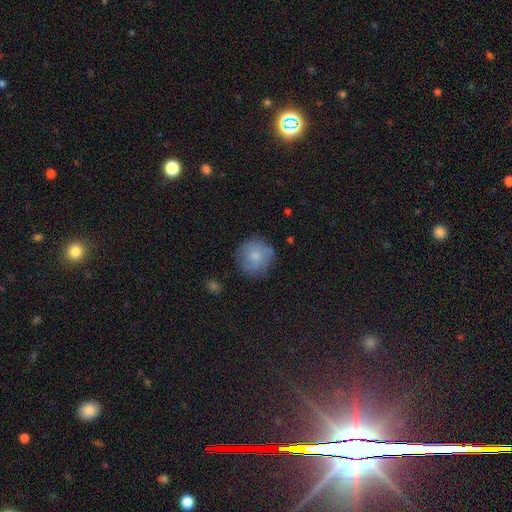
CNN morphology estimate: smooth 67%, featured or disk 25%, star or artifact 8%. Down the decision tree: how rounded — round (89%); merging — none (75%).